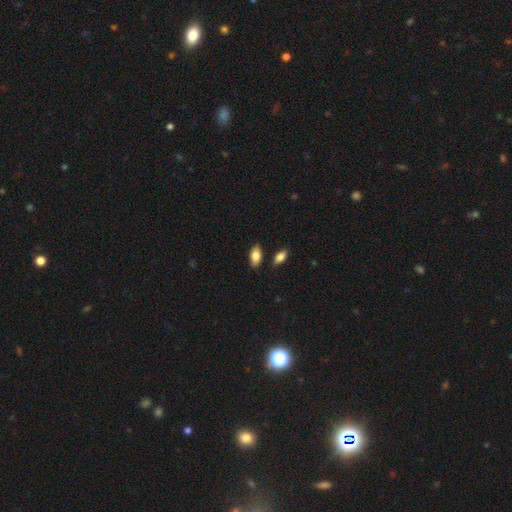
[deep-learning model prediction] A smooth galaxy with no disk features (83%) that is in between round and cigar-shaped (91%).

Vote fractions:
- Smooth or featured? smooth: 83% / featured or disk: 11% / star or artifact: 7%
- How rounded? in between: 91% / cigar-shaped: 5% / round: 3%
- Merging? none: 84% / minor disturbance: 10% / merger: 4% / major disturbance: 2%